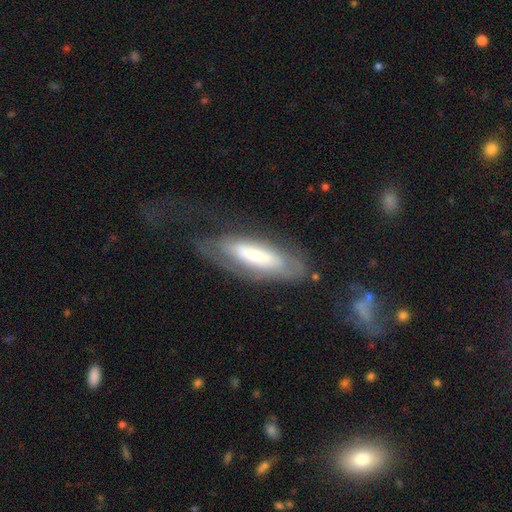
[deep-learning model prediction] A featured or disk galaxy (52%). Merging: none (53%).